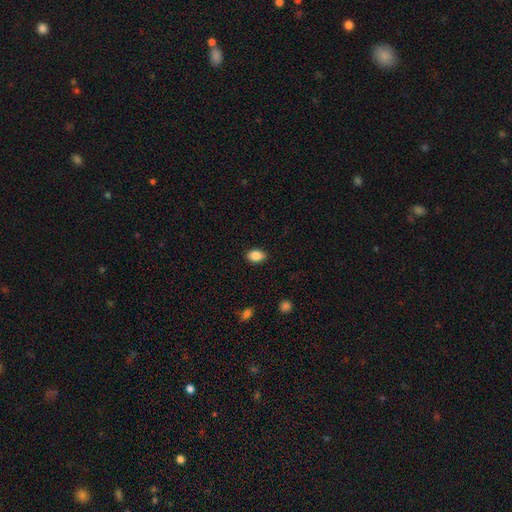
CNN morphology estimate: type=smooth (86%); roundness=in between (81%); merging=none (89%).